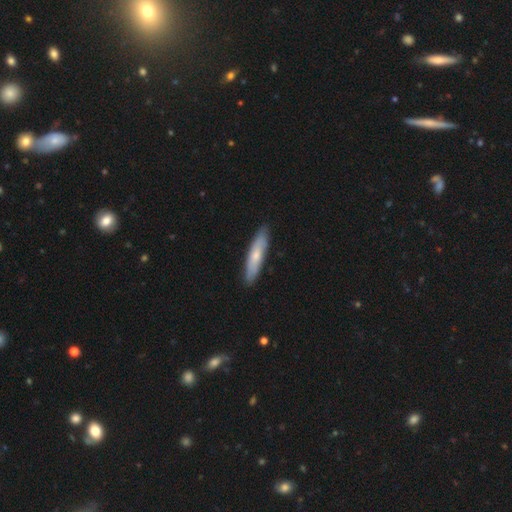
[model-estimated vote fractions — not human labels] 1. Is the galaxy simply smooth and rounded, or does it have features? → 61% smooth, 34% featured or disk, 5% star or artifact.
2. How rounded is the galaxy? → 82% cigar-shaped, 17% in between, 1% round.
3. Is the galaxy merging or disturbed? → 87% none, 10% minor disturbance, 2% major disturbance, 1% merger.